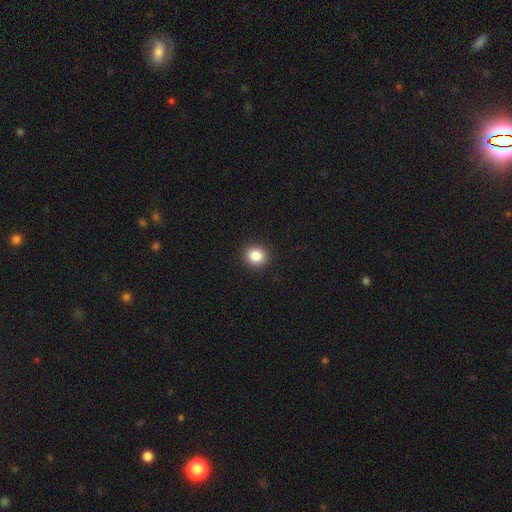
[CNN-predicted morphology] type=smooth (86%); roundness=round (84%); merging=none (92%).